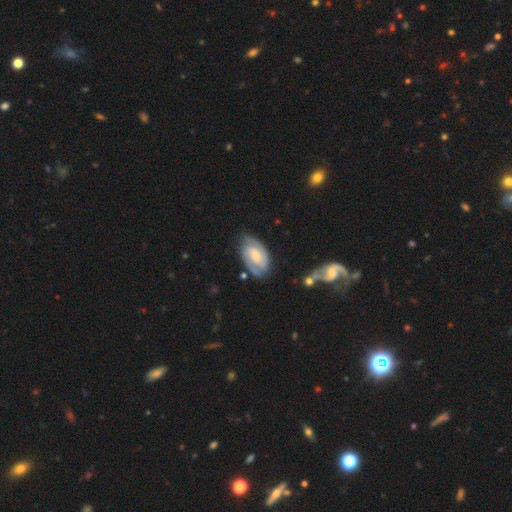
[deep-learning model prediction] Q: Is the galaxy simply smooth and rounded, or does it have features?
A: featured or disk — 78%.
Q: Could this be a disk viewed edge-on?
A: no — 97%.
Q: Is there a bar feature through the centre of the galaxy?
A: no — 45%.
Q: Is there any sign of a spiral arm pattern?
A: yes — 94%.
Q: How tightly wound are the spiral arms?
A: tight — 56%.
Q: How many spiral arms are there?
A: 2 — 80%.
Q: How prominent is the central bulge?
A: small — 42%.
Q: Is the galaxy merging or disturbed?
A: none — 73%.